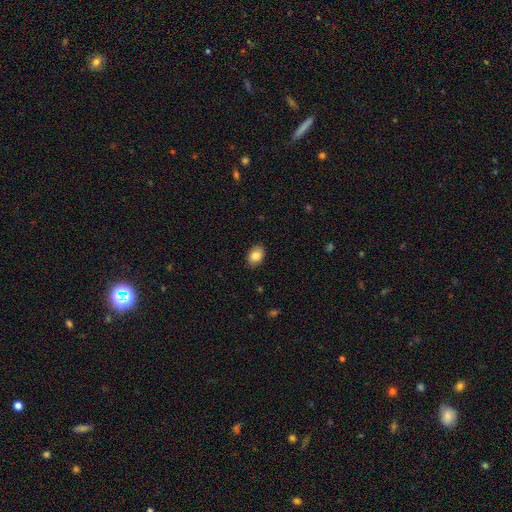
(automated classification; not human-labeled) Smooth or featured?
  - smooth: 86% *
  - star or artifact: 8%
  - featured or disk: 6%
How rounded?
  - in between: 80% *
  - round: 19%
  - cigar-shaped: 1%
Merging?
  - none: 88% *
  - minor disturbance: 9%
  - major disturbance: 2%
  - merger: 1%